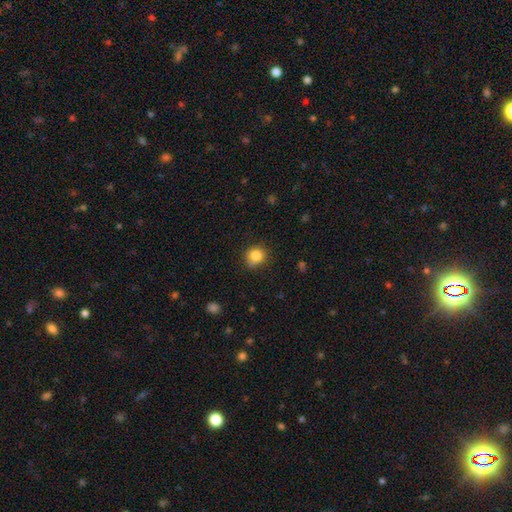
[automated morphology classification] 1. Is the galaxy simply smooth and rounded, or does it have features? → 84% smooth, 11% star or artifact, 5% featured or disk.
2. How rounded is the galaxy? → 84% round, 15% in between, 1% cigar-shaped.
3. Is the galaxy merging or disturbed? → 75% none, 19% minor disturbance, 4% major disturbance, 2% merger.